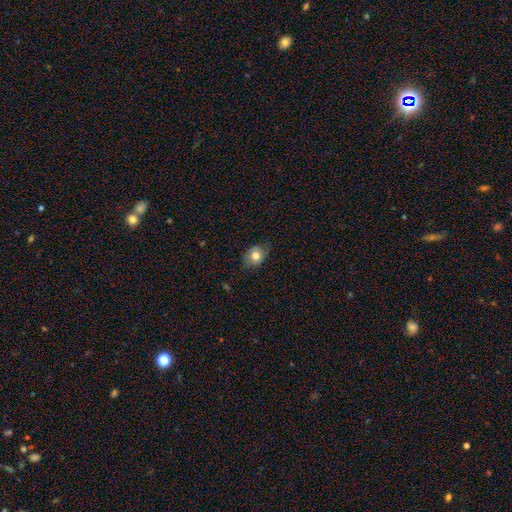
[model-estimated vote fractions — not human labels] The model was most divided on "how rounded": round: 51%, in between: 47%, cigar-shaped: 1%. More confident: smooth or featured — smooth (79%); merging — none (71%).